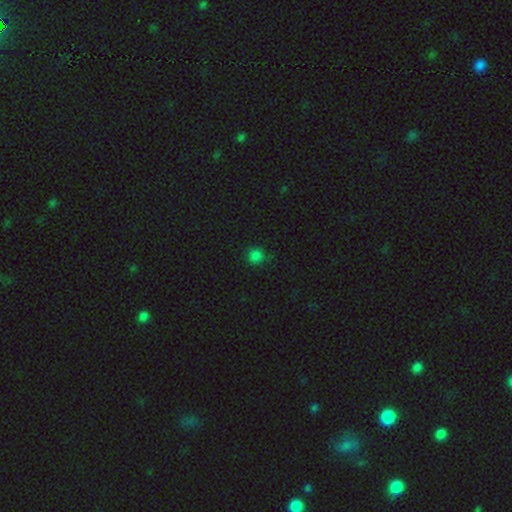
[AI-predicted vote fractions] smooth 79%, star or artifact 17%, featured or disk 3%. Down the decision tree: how rounded — round (91%); merging — none (85%).